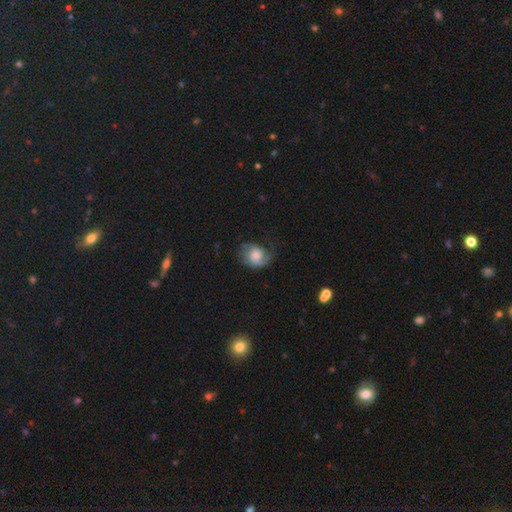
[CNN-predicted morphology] Q: Smooth or featured?
A: smooth (47%); runner-up: featured or disk (46%)
Q: Merging?
A: none (47%); runner-up: minor disturbance (29%)